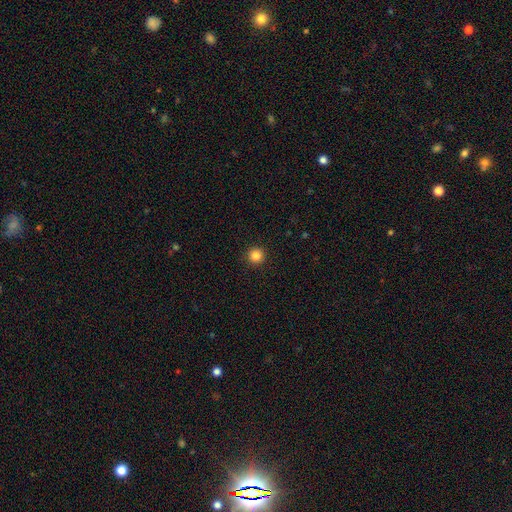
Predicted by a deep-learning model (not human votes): A smooth galaxy with no disk features (84%) that is round (96%). Merging: none (93%).